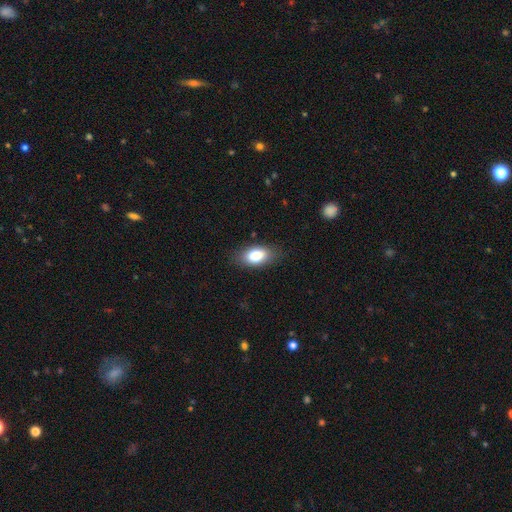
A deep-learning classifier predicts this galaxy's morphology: This is clearly a smooth galaxy (82%). How rounded: clearly in between (90%). Merging: clearly none (83%).